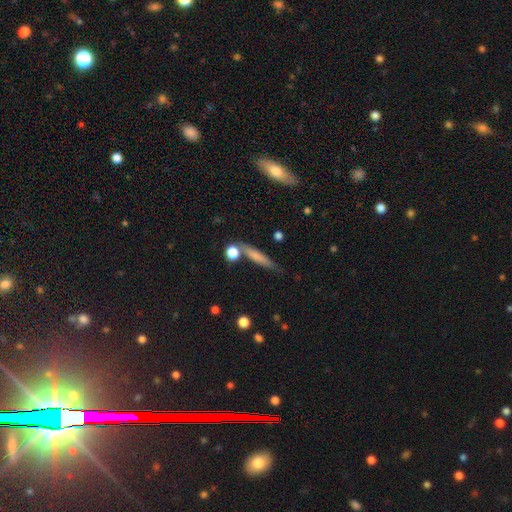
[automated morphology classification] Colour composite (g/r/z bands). It shows a smooth galaxy with no disk features (67%) that is cigar-shaped (84%). Merging: none (72%).